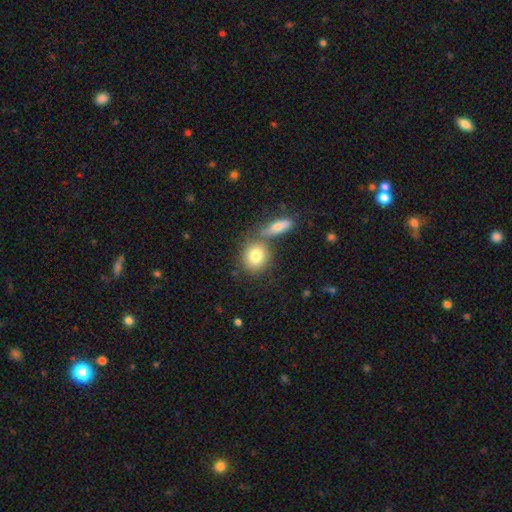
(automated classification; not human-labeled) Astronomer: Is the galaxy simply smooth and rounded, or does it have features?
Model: smooth — 80%.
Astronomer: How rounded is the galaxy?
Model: round — 73%.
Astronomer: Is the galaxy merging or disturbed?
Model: none — 57%.